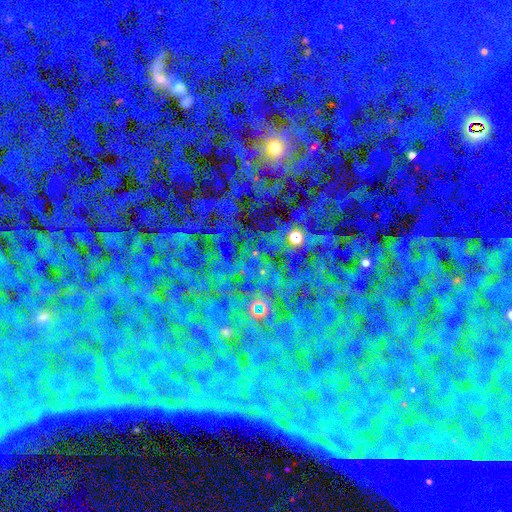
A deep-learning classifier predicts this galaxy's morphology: smooth-or-featured: star or artifact: 82% | smooth: 10% | featured or disk: 8%